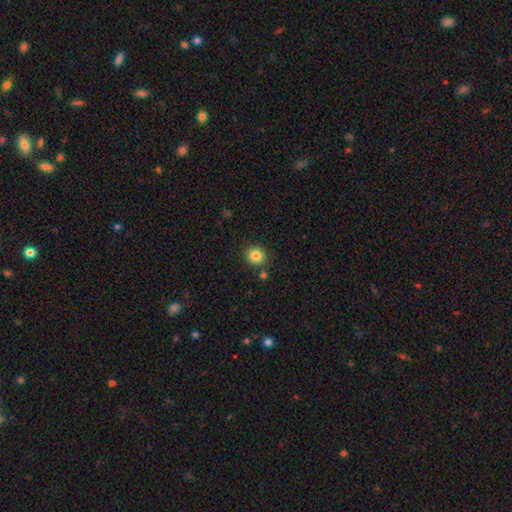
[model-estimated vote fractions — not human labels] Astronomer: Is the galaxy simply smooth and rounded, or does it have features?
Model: smooth — 84%.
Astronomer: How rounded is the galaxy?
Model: round — 88%.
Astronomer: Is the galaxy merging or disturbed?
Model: none — 85%.